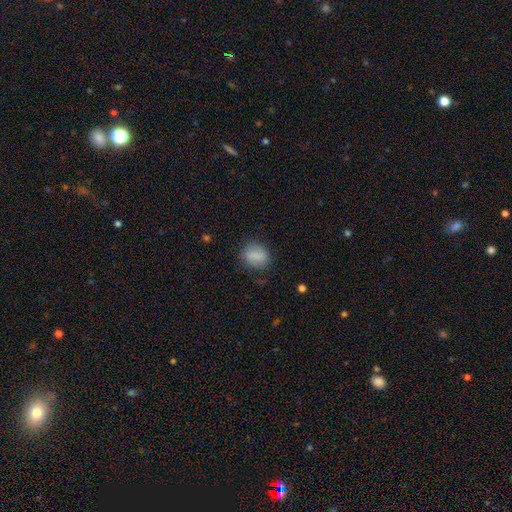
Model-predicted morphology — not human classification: Smooth or featured: smooth — 81% (featured or disk — 10%)
How rounded: in between — 52% (round — 46%)
Merging: none — 78% (minor disturbance — 15%)